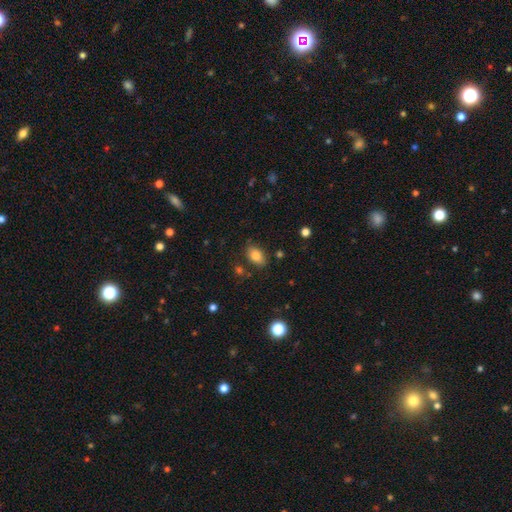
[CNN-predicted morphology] smooth 82%, star or artifact 10%, featured or disk 9%. Down the decision tree: how rounded — in between (87%); merging — none (80%).